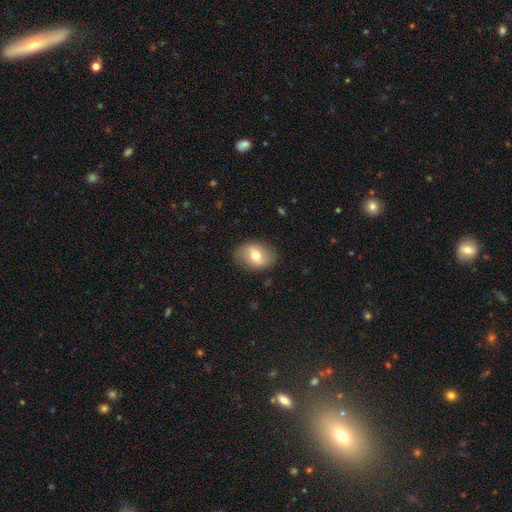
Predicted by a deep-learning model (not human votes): This is possibly a smooth galaxy (58%). How rounded: likely in between (75%). Merging: clearly none (81%).